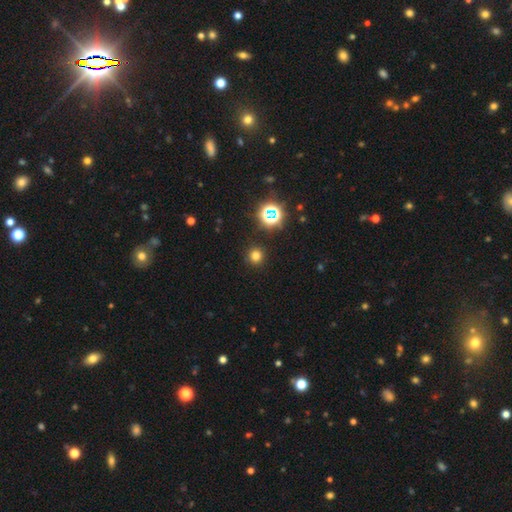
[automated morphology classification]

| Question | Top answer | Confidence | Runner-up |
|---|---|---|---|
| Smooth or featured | smooth | 73% | star or artifact (22%) |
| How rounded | round | 93% | in between (6%) |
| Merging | none | 90% | minor disturbance (6%) |